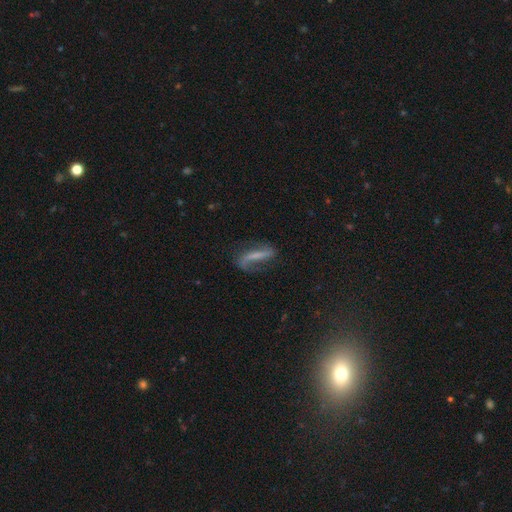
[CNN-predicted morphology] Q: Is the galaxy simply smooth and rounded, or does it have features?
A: featured or disk — 63%.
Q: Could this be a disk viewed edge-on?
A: no — 81%.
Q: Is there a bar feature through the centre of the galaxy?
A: strong — 50%.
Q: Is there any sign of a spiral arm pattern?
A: yes — 84%.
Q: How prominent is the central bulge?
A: none — 50%.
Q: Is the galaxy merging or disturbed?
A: none — 55%.